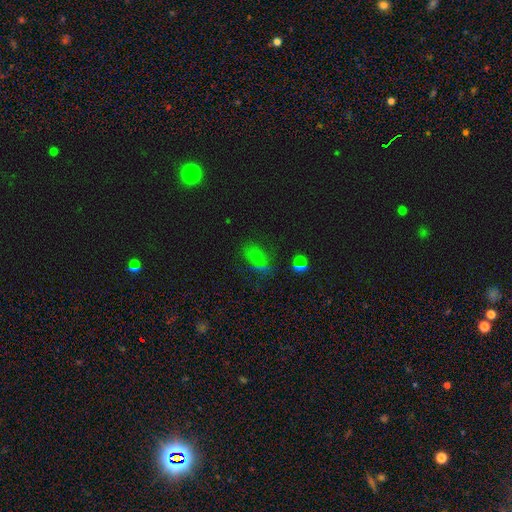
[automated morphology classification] Smooth or featured? Predicted: smooth (p=0.52). How rounded? Predicted: in between (p=0.63). Merging? Predicted: none (p=0.66).